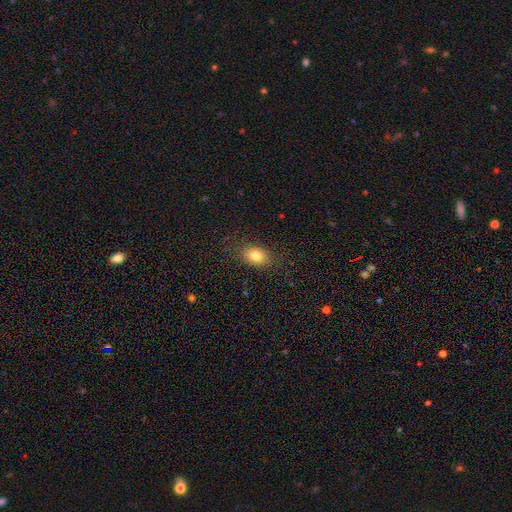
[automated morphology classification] smooth-or-featured: smooth: 82% | star or artifact: 10% | featured or disk: 8%
  how-rounded: in between: 81% | round: 17% | cigar-shaped: 2%
  merging: none: 84% | minor disturbance: 11% | major disturbance: 4% | merger: 1%